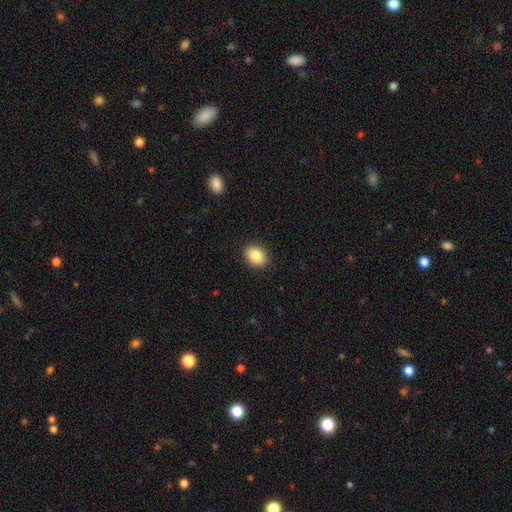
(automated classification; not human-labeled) Smooth or featured? Predicted: smooth (p=0.87). How rounded? Predicted: in between (p=0.66). Merging? Predicted: none (p=0.90).